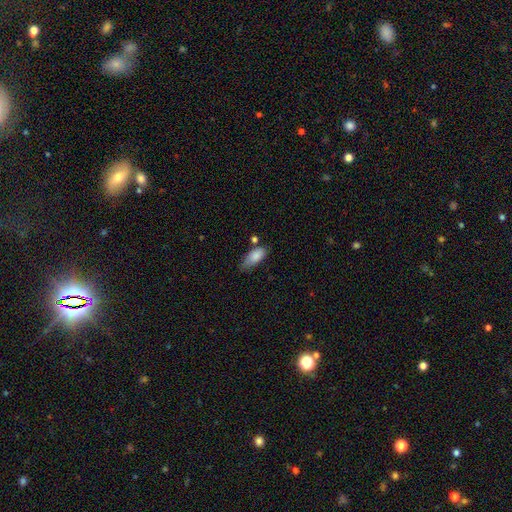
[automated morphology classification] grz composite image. It shows a smooth galaxy with no disk features (84%) that is in between round and cigar-shaped (85%). Merging: none (48%).